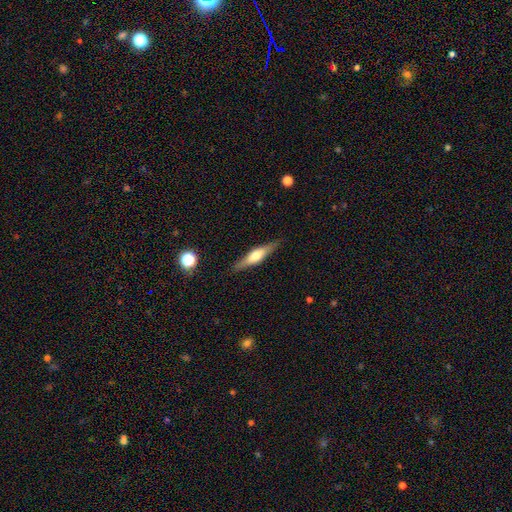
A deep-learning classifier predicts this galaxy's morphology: featured or disk 61%, smooth 32%, star or artifact 6%. Down the decision tree: edge-on disk — yes (95%); edge-on bulge — rounded (86%); merging — none (87%).